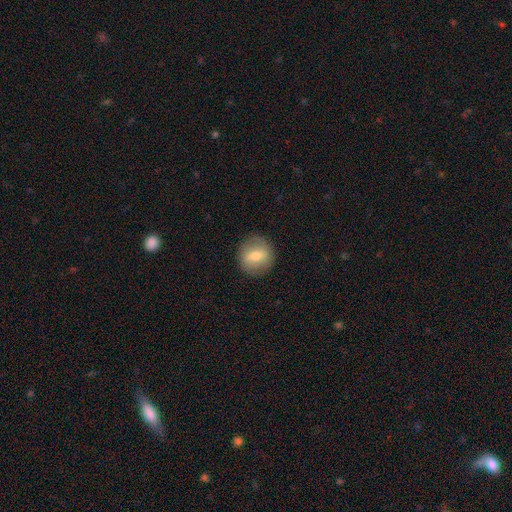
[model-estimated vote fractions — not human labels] A smooth galaxy with no disk features (62%) that is round (90%). Merging: none (88%).